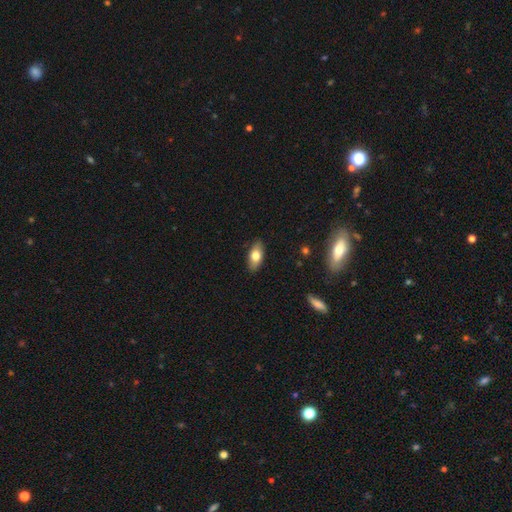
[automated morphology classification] Smooth or featured? smooth (74%)
How rounded? in between (87%)
Merging? none (88%)